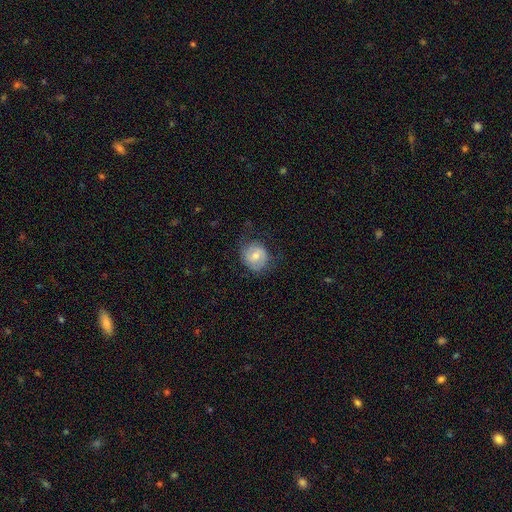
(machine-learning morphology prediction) The model was most divided on "smooth or featured": smooth: 57%, featured or disk: 35%, star or artifact: 8%. More confident: how rounded — round (79%); merging — none (65%).